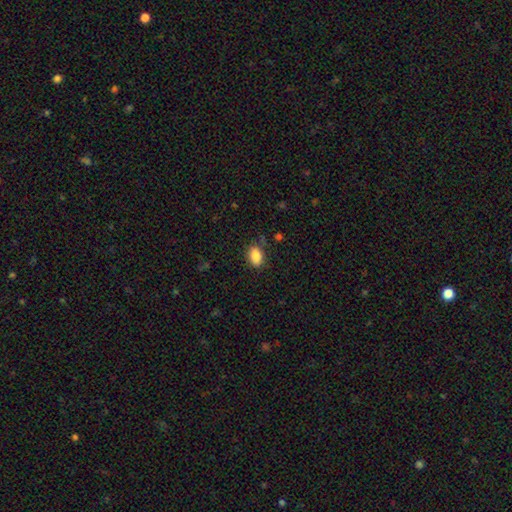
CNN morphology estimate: smooth_or_featured: smooth (p=0.86) [alt: star or artifact p=0.08]
how_rounded: in between (p=0.86) [alt: round p=0.12]
merging: none (p=0.79) [alt: minor disturbance p=0.15]